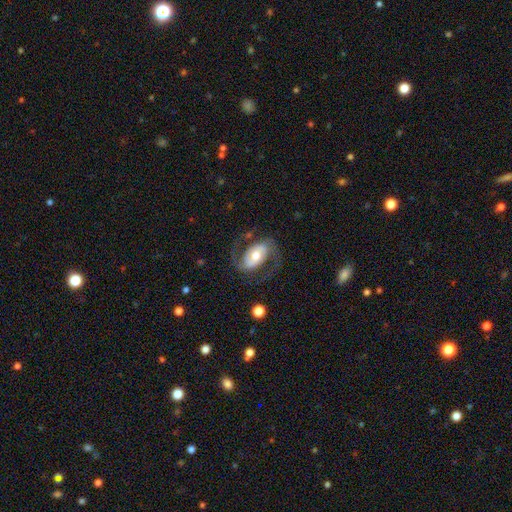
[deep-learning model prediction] A featured or disk galaxy (79%) with a weak bar (34%, tied with no), 2 (90%) medium (50%) spiral arms (92%) and a moderate central bulge (65%). Merging: none (70%).